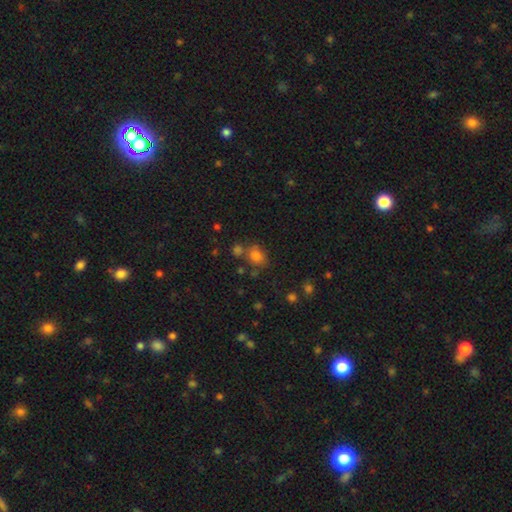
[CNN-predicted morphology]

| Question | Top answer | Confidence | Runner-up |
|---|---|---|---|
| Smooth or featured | smooth | 76% | star or artifact (15%) |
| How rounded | round | 50% | in between (49%) |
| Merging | none | 58% | merger (19%) |